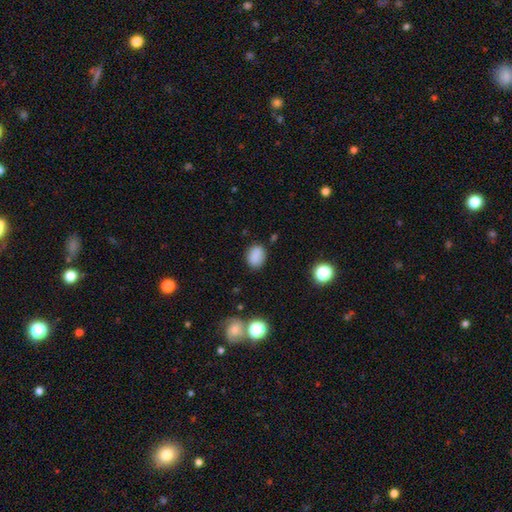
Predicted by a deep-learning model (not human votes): A smooth galaxy with no disk features (85%) that is in between round and cigar-shaped (66%).

Vote fractions:
- Smooth or featured? smooth: 85% / star or artifact: 10% / featured or disk: 5%
- How rounded? in between: 66% / round: 33% / cigar-shaped: 1%
- Merging? none: 80% / minor disturbance: 14% / major disturbance: 3% / merger: 2%